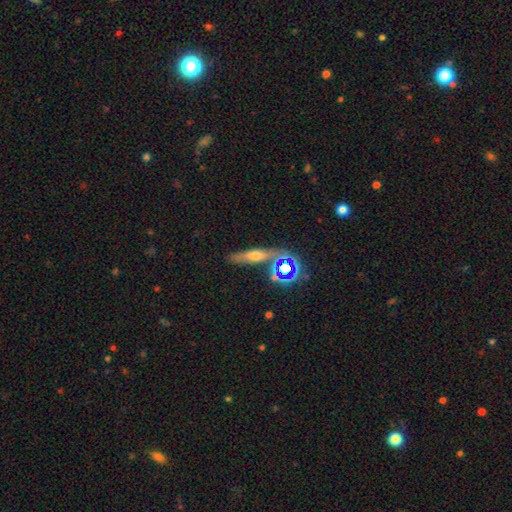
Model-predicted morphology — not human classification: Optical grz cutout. It shows a featured or disk galaxy (39%). Merging: none (70%).